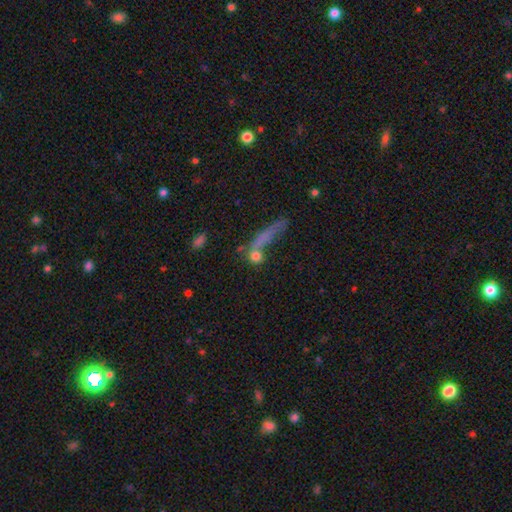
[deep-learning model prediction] Morphology: type=smooth (75%); roundness=round (77%); merging=none (56%).